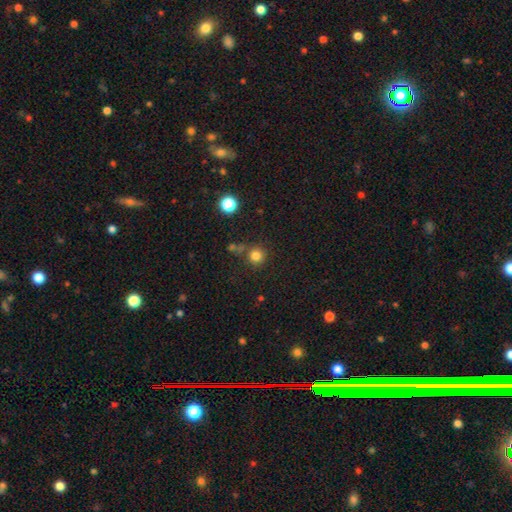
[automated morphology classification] smooth 79%, star or artifact 15%, featured or disk 6%. Down the decision tree: how rounded — round (93%); merging — none (74%).